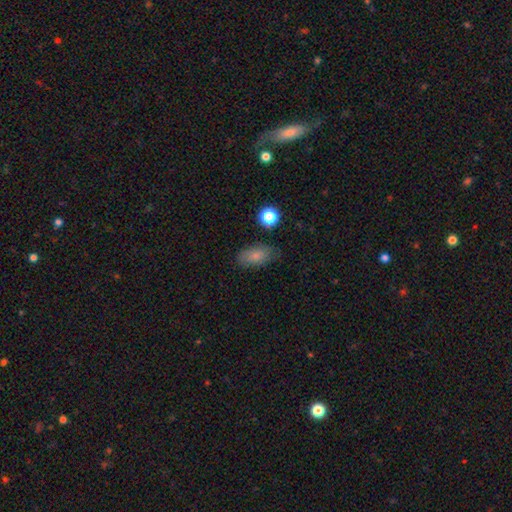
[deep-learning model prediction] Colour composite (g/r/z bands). It shows a smooth galaxy with no disk features (79%) that is in between round and cigar-shaped (89%). Merging: none (75%).